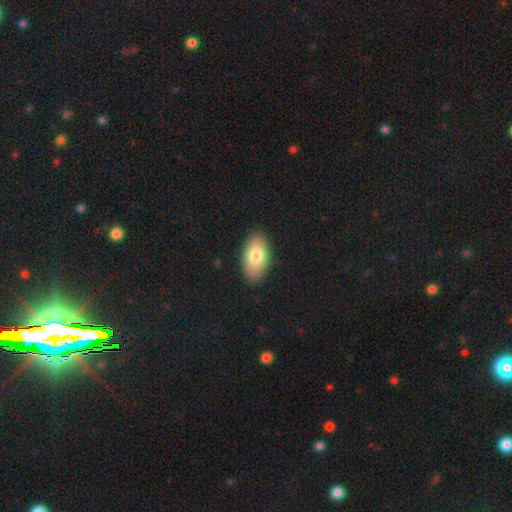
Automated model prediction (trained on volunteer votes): This appears to be a smooth galaxy with no disk features (80%) that is in between round and cigar-shaped (95%). Merging: none (88%).